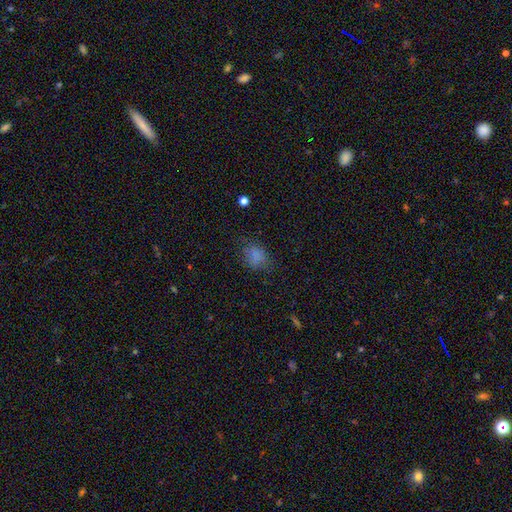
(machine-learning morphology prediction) smooth-or-featured: smooth: 77% | star or artifact: 14% | featured or disk: 9%
  how-rounded: in between: 61% | round: 38% | cigar-shaped: 1%
  merging: none: 67% | minor disturbance: 21% | major disturbance: 10% | merger: 2%